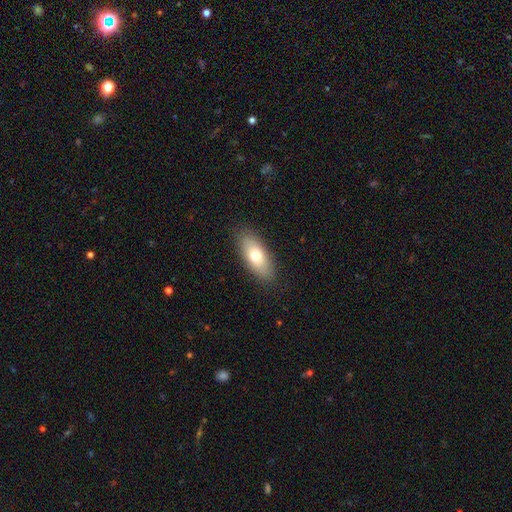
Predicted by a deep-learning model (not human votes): Smooth or featured? smooth (72%)
How rounded? in between (81%)
Merging? none (87%)